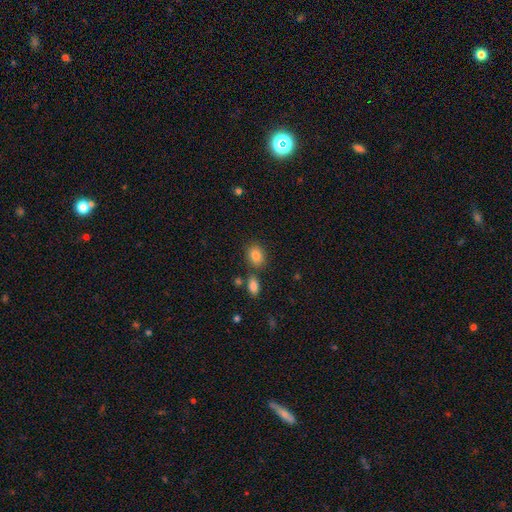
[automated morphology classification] A smooth galaxy with no disk features (84%) that is in between round and cigar-shaped (61%).

Vote fractions:
- Smooth or featured? smooth: 84% / star or artifact: 9% / featured or disk: 7%
- How rounded? in between: 61% / round: 37% / cigar-shaped: 1%
- Merging? none: 73% / minor disturbance: 13% / merger: 10% / major disturbance: 4%